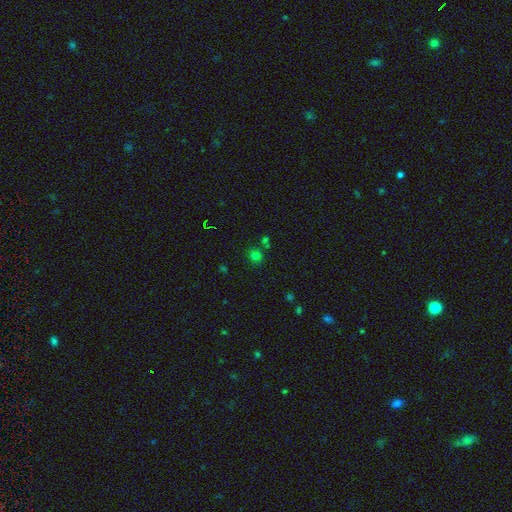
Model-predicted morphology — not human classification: Smooth or featured? Predicted: smooth (p=0.69). How rounded? Predicted: round (p=0.87). Merging? Predicted: none (p=0.78).